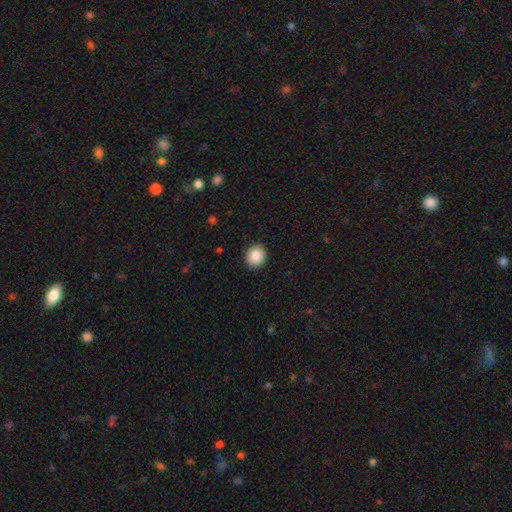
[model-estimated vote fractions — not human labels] A smooth galaxy with no disk features (87%) that is round (75%). Merging: none (91%).